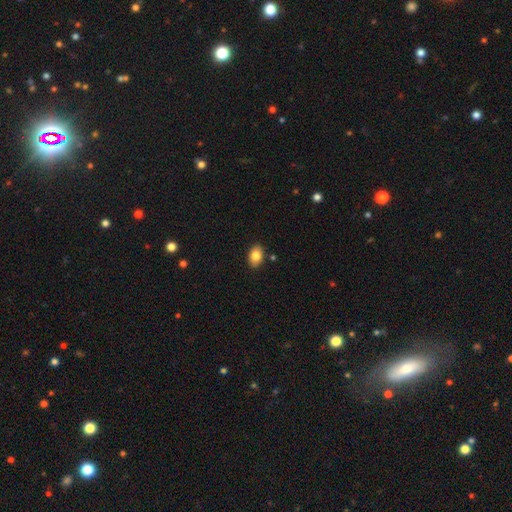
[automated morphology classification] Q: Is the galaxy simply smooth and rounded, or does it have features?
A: smooth — 84%.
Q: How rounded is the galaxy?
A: in between — 83%.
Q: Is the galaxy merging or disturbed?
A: none — 87%.